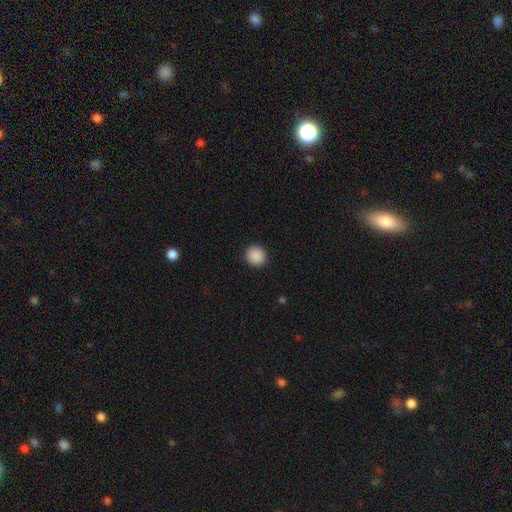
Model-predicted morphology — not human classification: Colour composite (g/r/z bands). It shows a smooth galaxy with no disk features (89%) that is round (91%). Merging: none (92%).